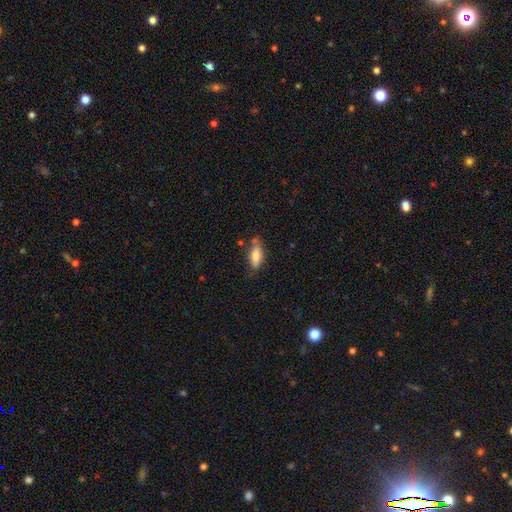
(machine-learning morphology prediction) A smooth galaxy with no disk features (77%) that is in between round and cigar-shaped (73%). Merging: none (67%).